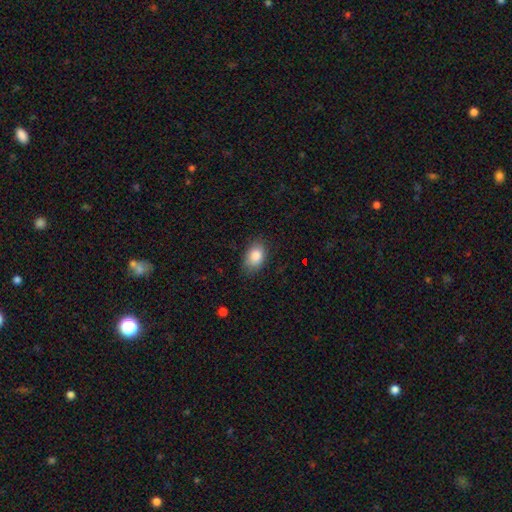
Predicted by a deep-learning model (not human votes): Smooth or featured?
  - smooth: 85% *
  - star or artifact: 8%
  - featured or disk: 7%
How rounded?
  - in between: 85% *
  - round: 14%
  - cigar-shaped: 1%
Merging?
  - none: 79% *
  - minor disturbance: 16%
  - major disturbance: 3%
  - merger: 1%